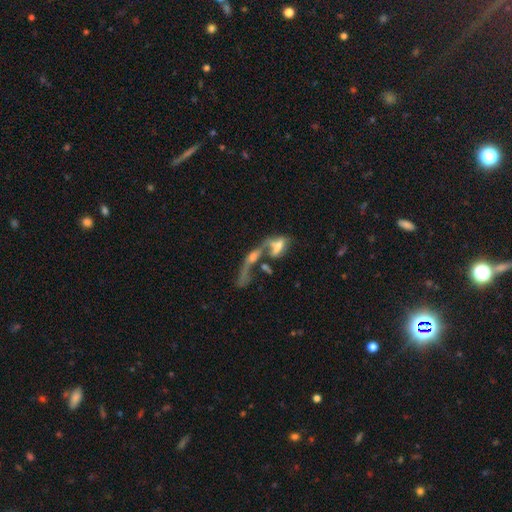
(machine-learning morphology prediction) The model was most divided on "smooth or featured": featured or disk: 52%, smooth: 29%, star or artifact: 18%. More confident: edge-on disk — no (75%); merging — merger (65%).